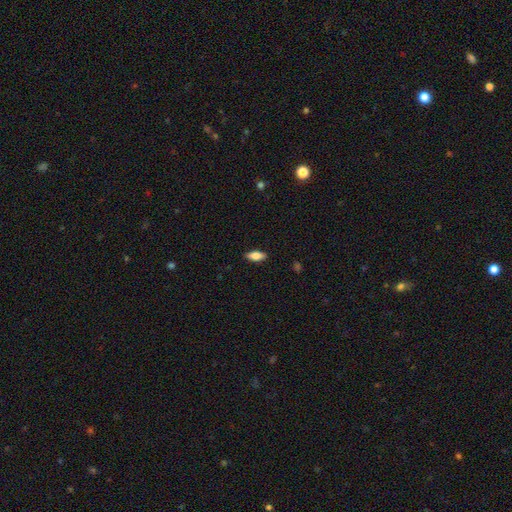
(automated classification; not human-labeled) Morphology: type=smooth (72%); roundness=in between (82%); merging=none (89%).